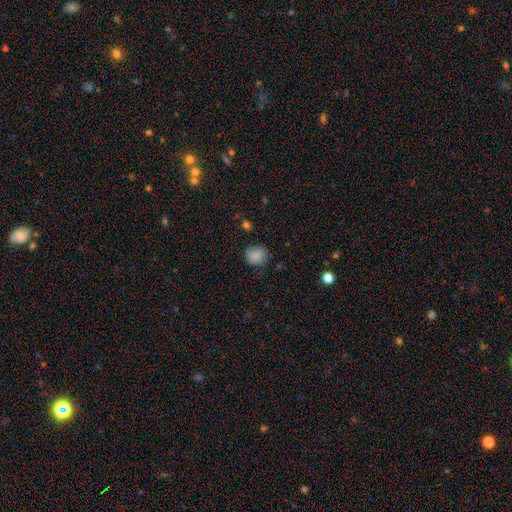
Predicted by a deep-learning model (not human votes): Q: Smooth or featured?
A: smooth (85%); runner-up: star or artifact (9%)
Q: How rounded?
A: round (79%); runner-up: in between (20%)
Q: Merging?
A: none (78%); runner-up: minor disturbance (17%)